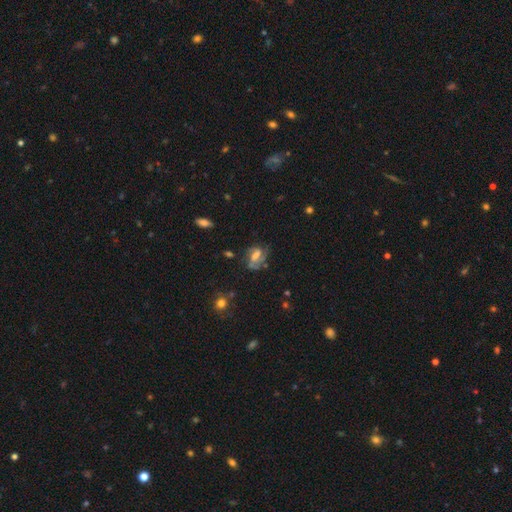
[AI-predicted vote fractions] featured or disk 62%, smooth 26%, star or artifact 11%. Down the decision tree: edge-on disk — no (95%); bar — weak (42%); spiral arms — yes (81%); bulge size — moderate (38%); merging — none (50%).